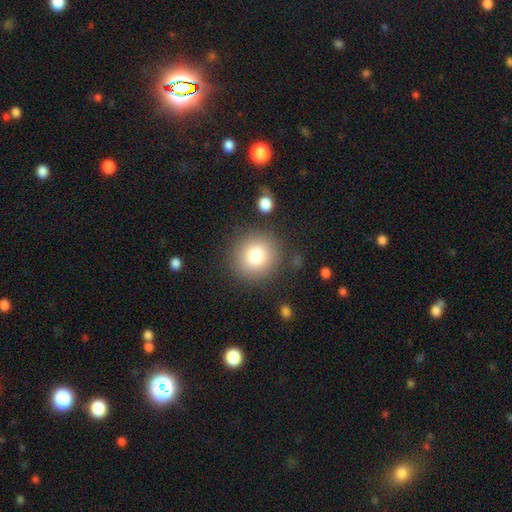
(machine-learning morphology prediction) Q: Smooth or featured?
A: smooth (80%); runner-up: star or artifact (11%)
Q: How rounded?
A: round (92%); runner-up: in between (7%)
Q: Merging?
A: none (85%); runner-up: minor disturbance (8%)